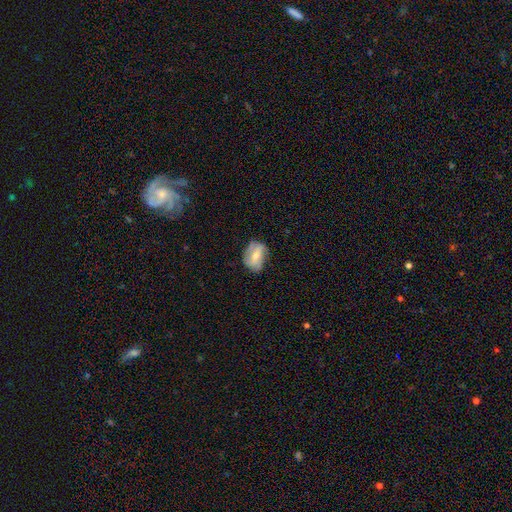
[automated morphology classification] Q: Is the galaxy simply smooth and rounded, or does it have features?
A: featured or disk — 50%.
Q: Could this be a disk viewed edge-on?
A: no — 93%.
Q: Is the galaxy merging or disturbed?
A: none — 64%.